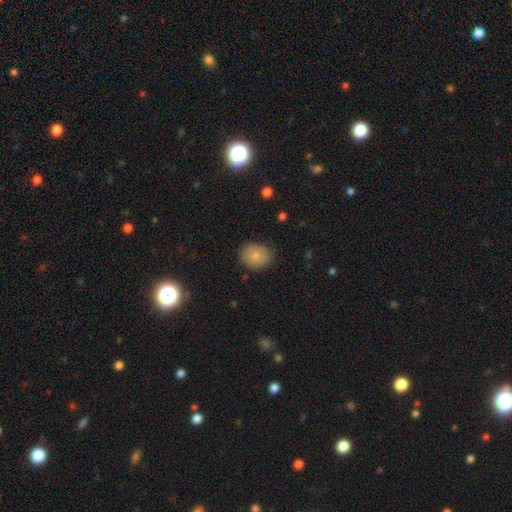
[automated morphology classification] Overall: smooth (83%). How rounded: round (61%; in between 38%). Merging: none (83%).